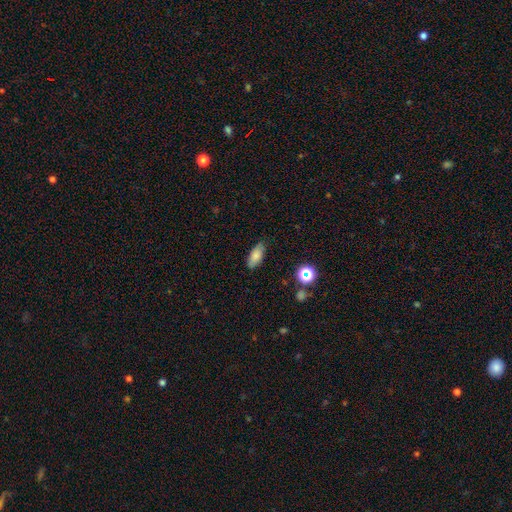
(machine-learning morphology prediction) A smooth galaxy with no disk features (80%) that is in between round and cigar-shaped (84%). Merging: none (79%).